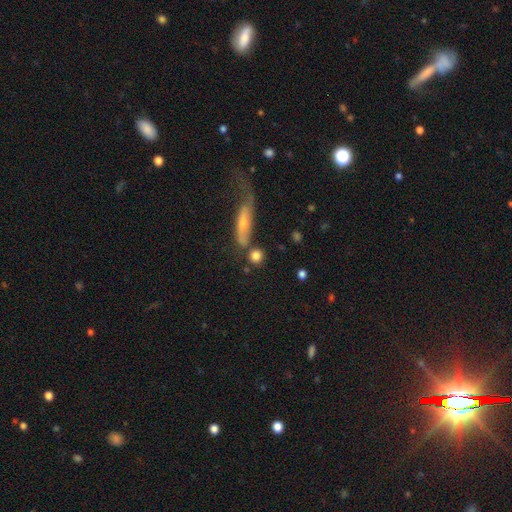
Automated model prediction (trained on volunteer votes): The model was most divided on "merging": none: 68%, merger: 16%, minor disturbance: 11%, major disturbance: 5%. More confident: smooth or featured — smooth (80%); how rounded — round (80%).